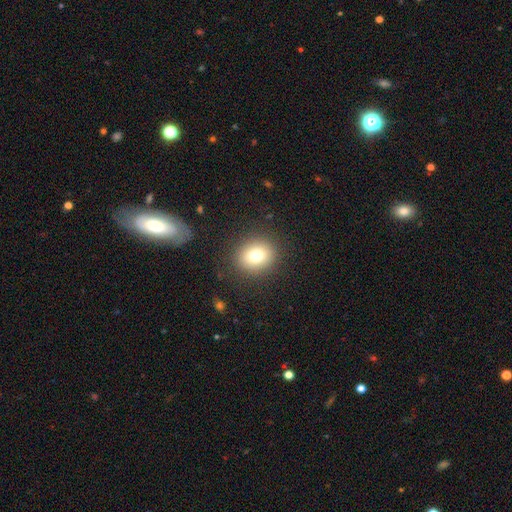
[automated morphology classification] type=smooth (77%); roundness=round (70%); merging=none (88%).